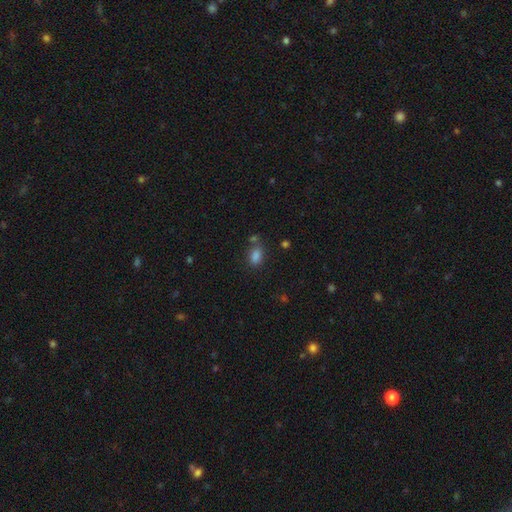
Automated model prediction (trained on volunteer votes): This is clearly a smooth galaxy (82%). How rounded: clearly in between (86%). Merging: likely none (64%).